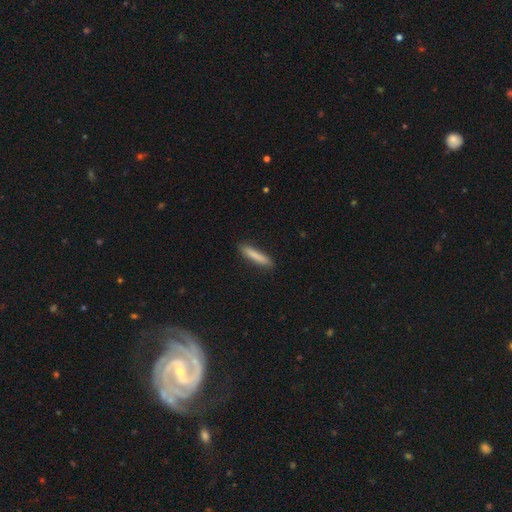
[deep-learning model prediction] smooth 84%, featured or disk 10%, star or artifact 6%. Down the decision tree: how rounded — cigar-shaped (90%); merging — none (88%).